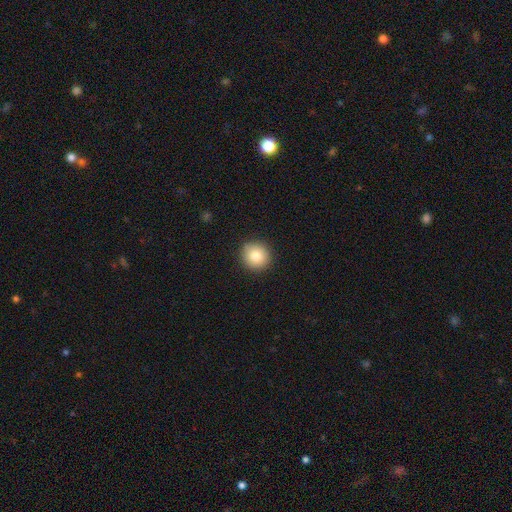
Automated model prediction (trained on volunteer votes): A smooth galaxy with no disk features (81%) that is round (93%). Merging: none (90%).